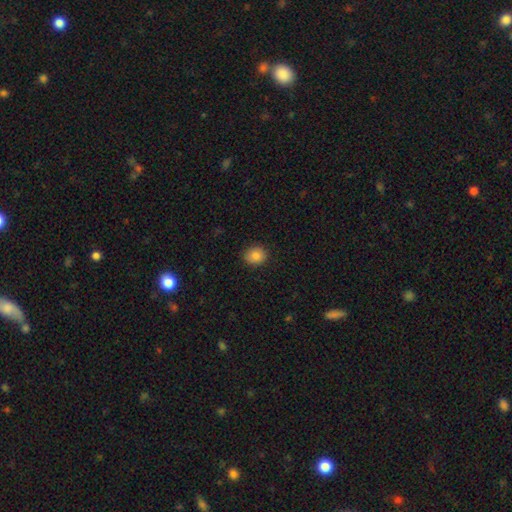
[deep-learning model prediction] Smooth or featured?
  - smooth: 85% *
  - star or artifact: 10%
  - featured or disk: 5%
How rounded?
  - round: 70% *
  - in between: 29%
  - cigar-shaped: 1%
Merging?
  - none: 88% *
  - minor disturbance: 9%
  - major disturbance: 2%
  - merger: 1%